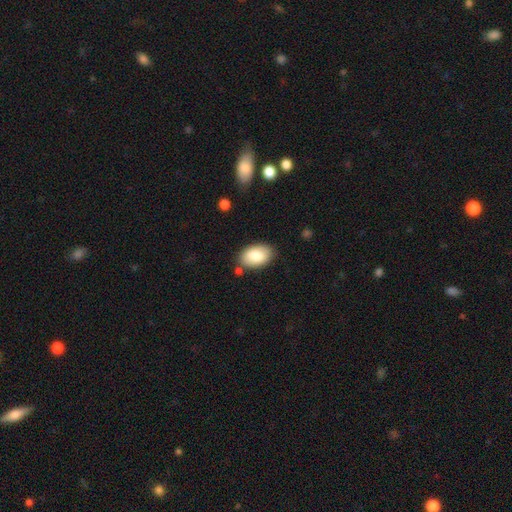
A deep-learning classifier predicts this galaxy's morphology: A smooth galaxy with no disk features (84%) that is in between round and cigar-shaped (93%).

Vote fractions:
- Smooth or featured? smooth: 84% / featured or disk: 10% / star or artifact: 6%
- How rounded? in between: 93% / round: 6% / cigar-shaped: 1%
- Merging? none: 81% / minor disturbance: 13% / merger: 4% / major disturbance: 3%